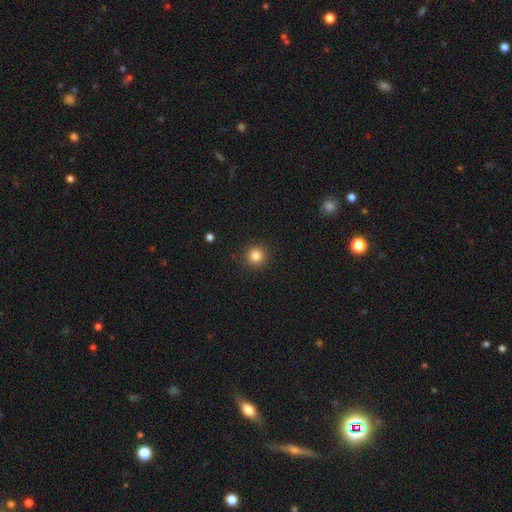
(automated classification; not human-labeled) This is clearly a smooth galaxy (83%). How rounded: clearly round (94%). Merging: clearly none (90%).